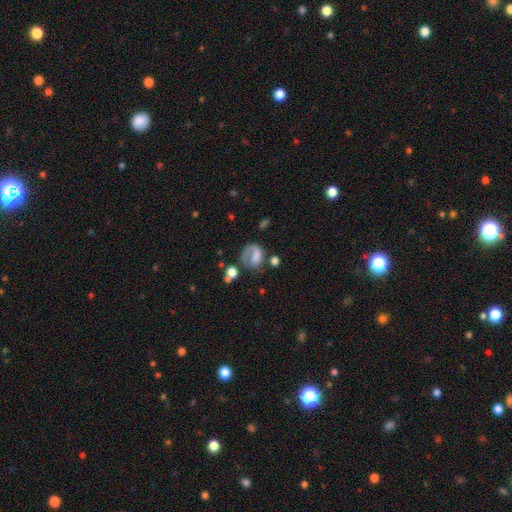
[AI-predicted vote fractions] smooth-or-featured: smooth: 50% | featured or disk: 39% | star or artifact: 11%
  how-rounded: round: 50% | in between: 48% | cigar-shaped: 2%
  merging: none: 39% | major disturbance: 33% | minor disturbance: 20% | merger: 8%